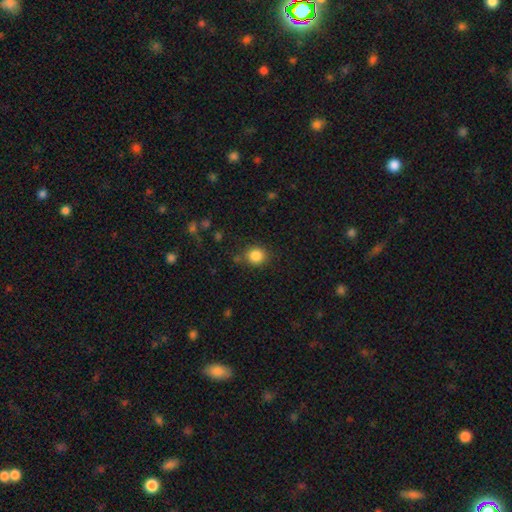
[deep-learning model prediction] A smooth galaxy with no disk features (85%) that is round (84%).

Vote fractions:
- Smooth or featured? smooth: 85% / star or artifact: 11% / featured or disk: 4%
- How rounded? round: 84% / in between: 16% / cigar-shaped: 1%
- Merging? none: 82% / minor disturbance: 11% / major disturbance: 4% / merger: 3%